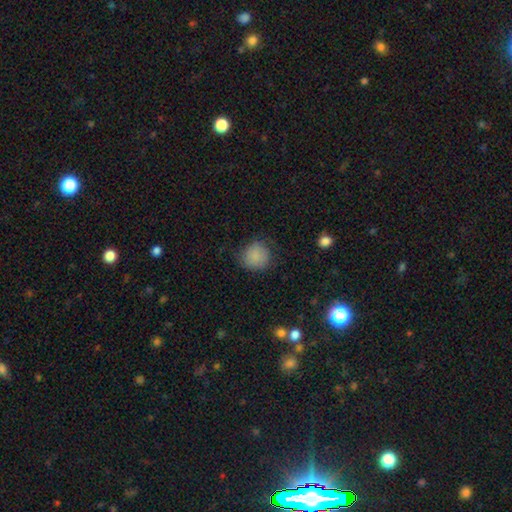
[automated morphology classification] This is clearly a smooth galaxy (83%). How rounded: clearly round (88%). Merging: likely none (70%).